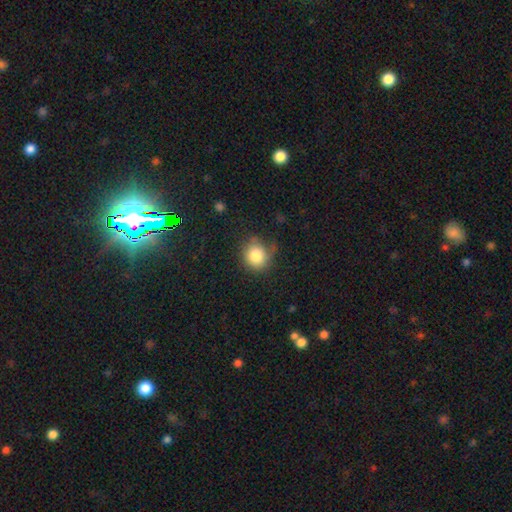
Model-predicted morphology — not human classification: Q: Smooth or featured?
A: smooth (82%); runner-up: star or artifact (10%)
Q: How rounded?
A: round (83%); runner-up: in between (17%)
Q: Merging?
A: none (68%); runner-up: minor disturbance (22%)